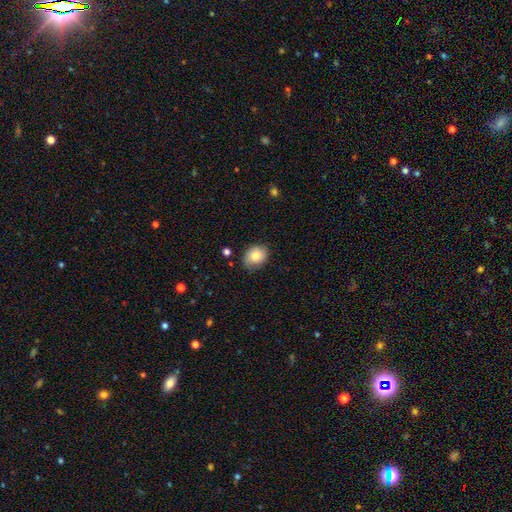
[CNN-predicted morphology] This is clearly a smooth galaxy (81%). How rounded: possibly in between (59%). Merging: likely none (75%).